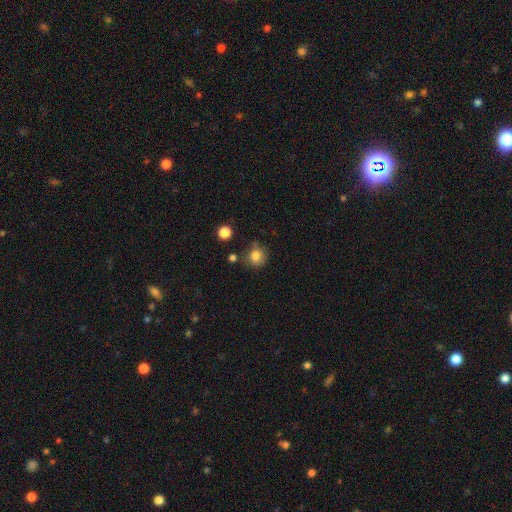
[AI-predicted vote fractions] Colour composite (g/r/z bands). It shows a smooth galaxy with no disk features (82%) that is round (83%). Merging: none (72%).